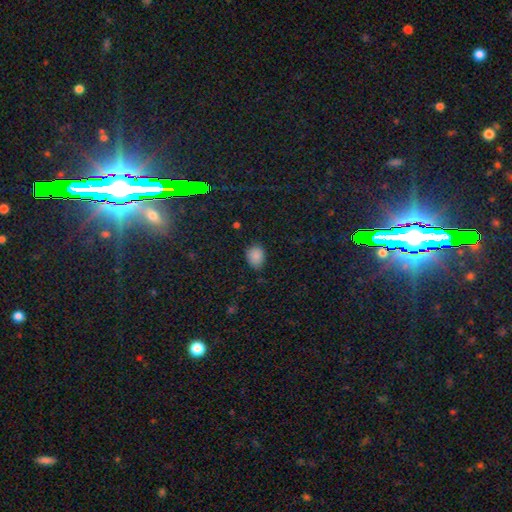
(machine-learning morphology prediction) This appears to be a smooth galaxy with no disk features (85%) that is in between round and cigar-shaped (52%). Merging: none (75%).